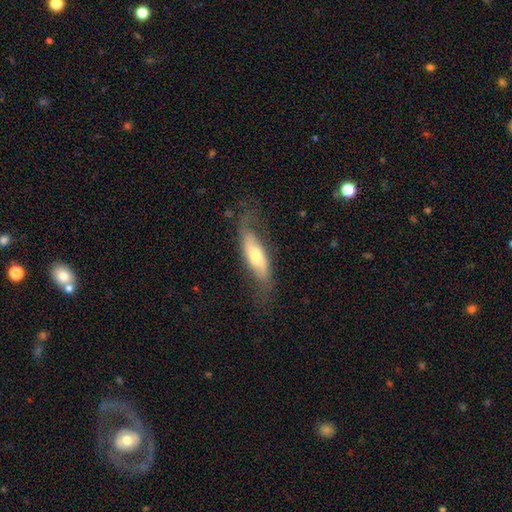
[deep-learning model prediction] Q: Smooth or featured?
A: featured or disk (58%); runner-up: smooth (35%)
Q: Edge-on disk?
A: no (68%); runner-up: yes (32%)
Q: Merging?
A: none (63%); runner-up: minor disturbance (23%)